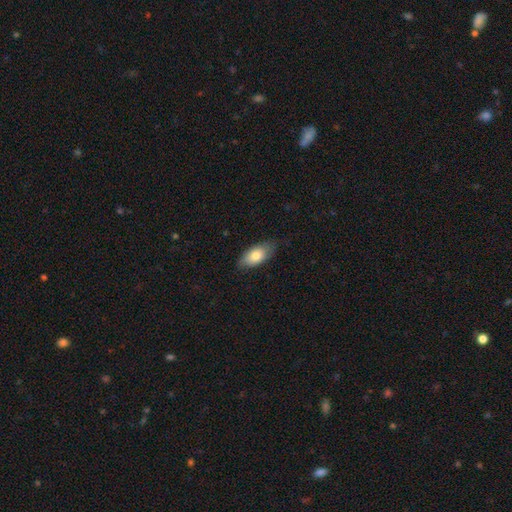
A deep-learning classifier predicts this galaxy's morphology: Smooth or featured? smooth (76%)
How rounded? in between (90%)
Merging? none (76%)